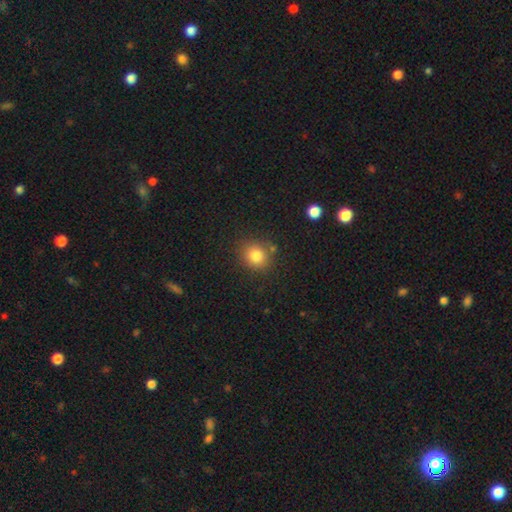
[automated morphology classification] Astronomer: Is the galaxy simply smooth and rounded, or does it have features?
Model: smooth — 82%.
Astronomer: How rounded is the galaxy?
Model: round — 78%.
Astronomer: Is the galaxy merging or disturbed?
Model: none — 81%.